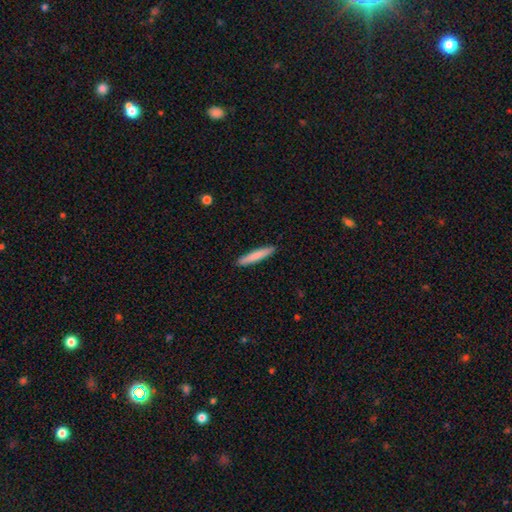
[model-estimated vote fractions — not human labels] This appears to be a smooth galaxy with no disk features (80%) that is cigar-shaped (94%). Merging: none (92%).